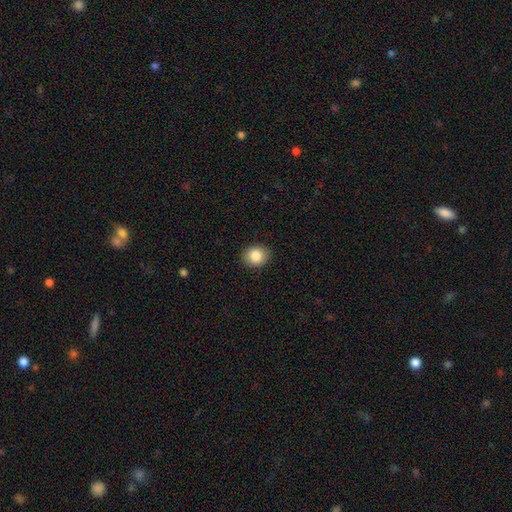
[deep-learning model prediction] Smooth or featured?
  - smooth: 87% *
  - star or artifact: 8%
  - featured or disk: 5%
How rounded?
  - round: 68% *
  - in between: 31%
  - cigar-shaped: 1%
Merging?
  - none: 90% *
  - minor disturbance: 7%
  - major disturbance: 2%
  - merger: 1%